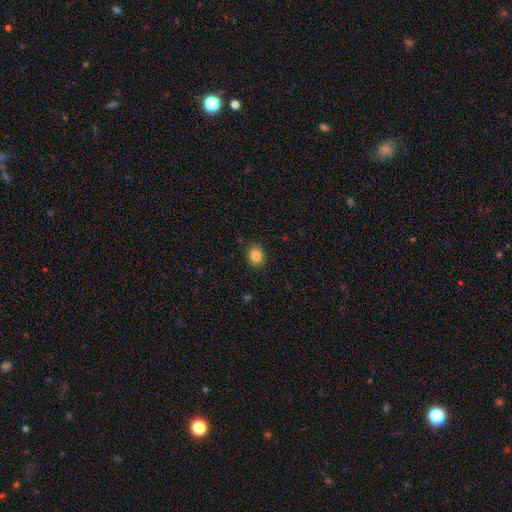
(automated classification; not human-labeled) smooth 85%, star or artifact 9%, featured or disk 6%. Down the decision tree: how rounded — in between (56%); merging — none (88%).